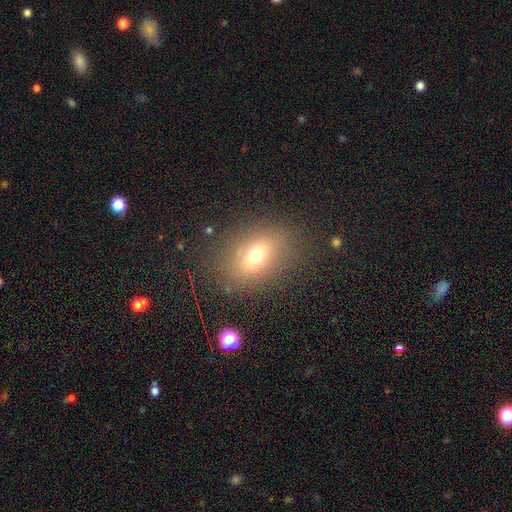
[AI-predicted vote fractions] smooth-or-featured: smooth: 68% | featured or disk: 18% | star or artifact: 15%
  how-rounded: in between: 75% | round: 22% | cigar-shaped: 3%
  merging: none: 78% | minor disturbance: 13% | major disturbance: 7% | merger: 2%